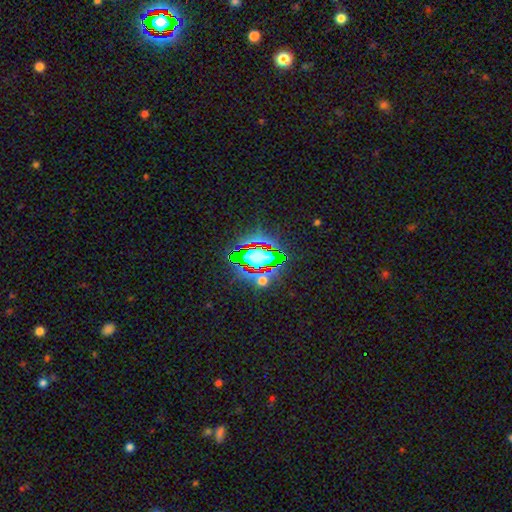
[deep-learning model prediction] This appears to be a star or artifact, not a galaxy (64%).